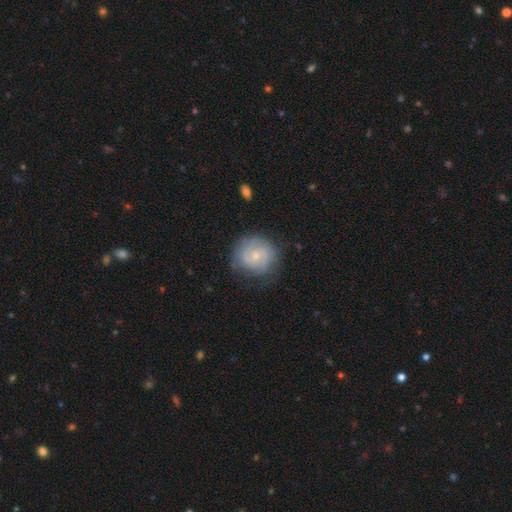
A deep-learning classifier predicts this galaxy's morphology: Smooth or featured?
  - featured or disk: 63% *
  - smooth: 30%
  - star or artifact: 7%
Edge-on disk?
  - no: 98% *
  - yes: 2%
Bar?
  - no: 72% *
  - weak: 25%
  - strong: 3%
Spiral arms?
  - yes: 86% *
  - no: 14%
Spiral winding?
  - tight: 59% *
  - medium: 31%
  - loose: 10%
Spiral arm count?
  - 2: 43% *
  - can't tell: 33%
  - 3: 12%
  - 1: 5%
  - 4: 4%
  - more than 4: 3%
Bulge size?
  - small: 72% *
  - moderate: 24%
  - none: 2%
  - large: 1%
  - dominant: 1%
Merging?
  - none: 73% *
  - minor disturbance: 18%
  - major disturbance: 7%
  - merger: 1%